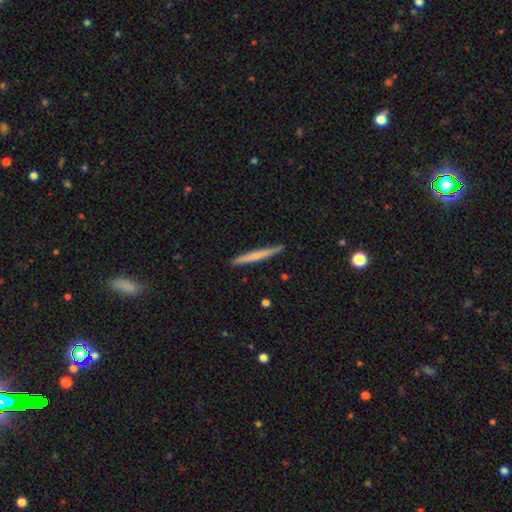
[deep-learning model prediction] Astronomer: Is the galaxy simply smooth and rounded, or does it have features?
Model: smooth — 54% (runner-up: featured or disk, 41%).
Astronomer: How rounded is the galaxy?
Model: cigar-shaped — 97%.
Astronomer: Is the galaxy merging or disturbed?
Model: none — 91%.